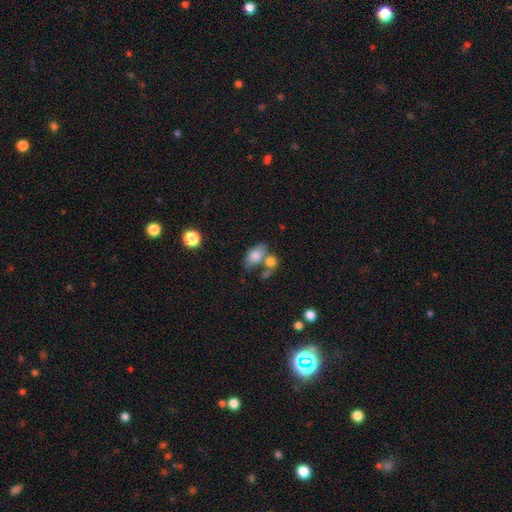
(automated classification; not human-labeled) Smooth or featured? Predicted: smooth (p=0.78). How rounded? Predicted: in between (p=0.85). Merging? Predicted: none (p=0.38).